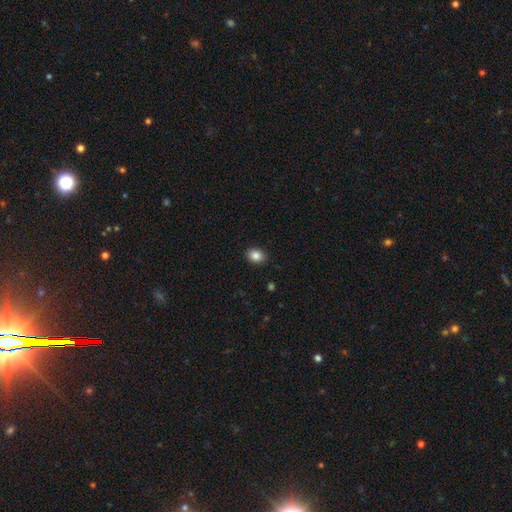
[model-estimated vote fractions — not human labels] Smooth or featured: smooth — 85% (star or artifact — 9%)
How rounded: in between — 66% (round — 34%)
Merging: none — 91% (minor disturbance — 7%)